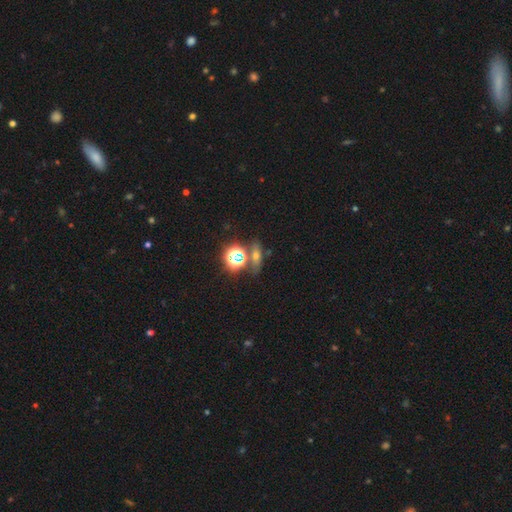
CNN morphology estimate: smooth 42%, star or artifact 34%, featured or disk 24%. Down the decision tree: merging — none (72%).